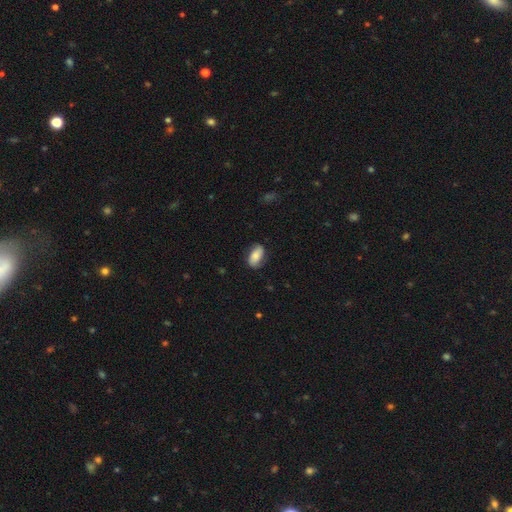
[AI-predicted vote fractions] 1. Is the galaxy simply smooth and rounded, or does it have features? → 64% smooth, 29% featured or disk, 7% star or artifact.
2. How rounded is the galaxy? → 91% in between, 5% round, 4% cigar-shaped.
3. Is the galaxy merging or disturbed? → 75% none, 19% minor disturbance, 5% major disturbance, 1% merger.